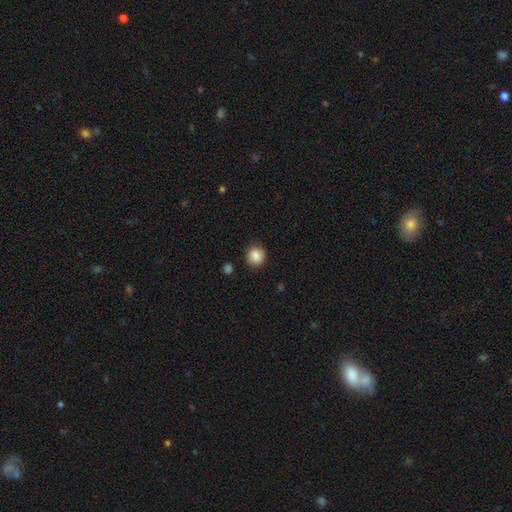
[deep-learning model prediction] Overall: smooth (86%). How rounded: round (83%). Merging: none (86%).